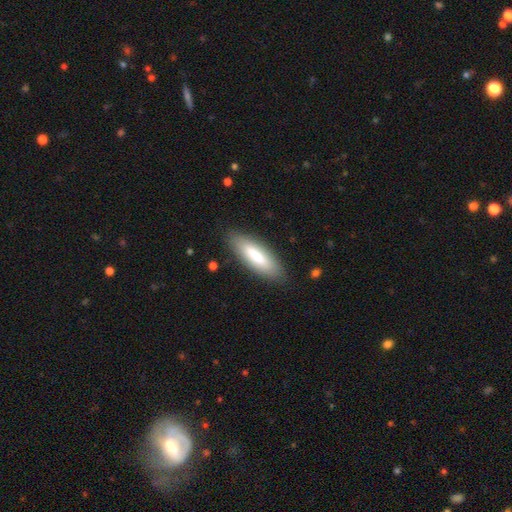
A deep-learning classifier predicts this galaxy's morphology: Smooth or featured: smooth — 76% (featured or disk — 18%)
How rounded: in between — 49% (tied with cigar-shaped — 49%)
Merging: none — 86% (minor disturbance — 10%)